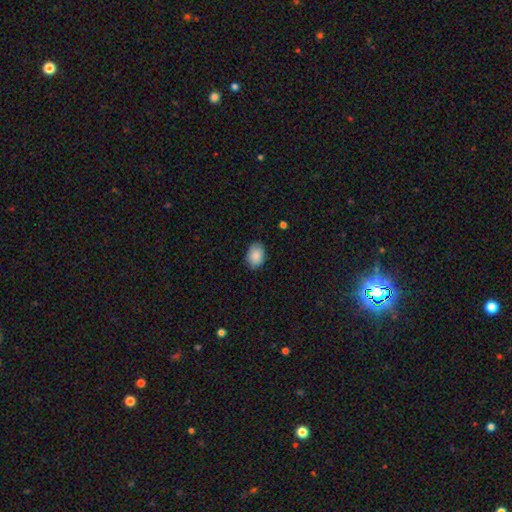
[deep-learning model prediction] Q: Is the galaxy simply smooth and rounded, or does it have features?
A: smooth — 88%.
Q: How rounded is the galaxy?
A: in between — 79%.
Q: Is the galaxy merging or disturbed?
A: none — 86%.